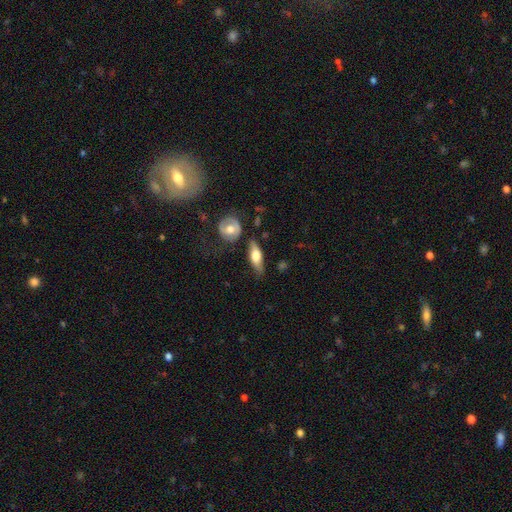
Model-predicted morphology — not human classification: A smooth galaxy with no disk features (54%) that is in between round and cigar-shaped (60%).

Vote fractions:
- Smooth or featured? smooth: 54% / featured or disk: 41% / star or artifact: 5%
- How rounded? in between: 60% / cigar-shaped: 35% / round: 5%
- Merging? none: 69% / minor disturbance: 20% / merger: 6% / major disturbance: 5%